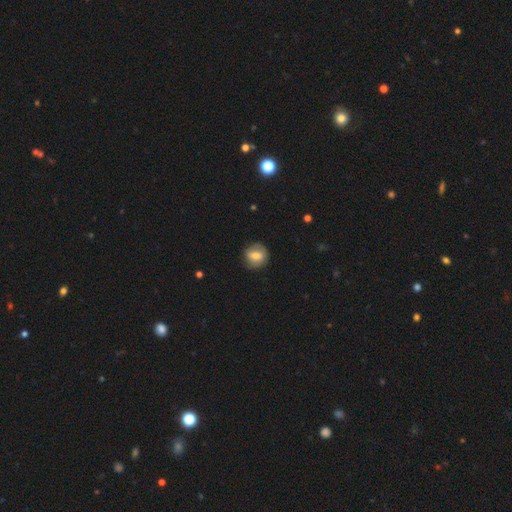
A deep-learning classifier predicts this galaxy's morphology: Smooth or featured?
  - smooth: 66% *
  - featured or disk: 26%
  - star or artifact: 8%
How rounded?
  - round: 78% *
  - in between: 21%
  - cigar-shaped: 1%
Merging?
  - none: 76% *
  - minor disturbance: 18%
  - major disturbance: 5%
  - merger: 1%